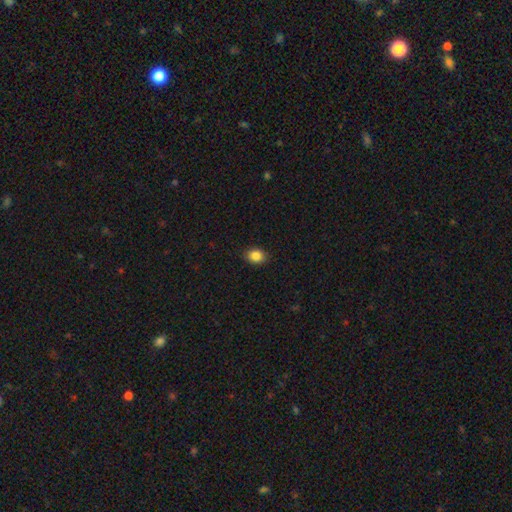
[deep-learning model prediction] Smooth or featured?
  - smooth: 86% *
  - star or artifact: 9%
  - featured or disk: 5%
How rounded?
  - in between: 56% *
  - round: 43%
  - cigar-shaped: 1%
Merging?
  - none: 88% *
  - minor disturbance: 9%
  - major disturbance: 2%
  - merger: 1%